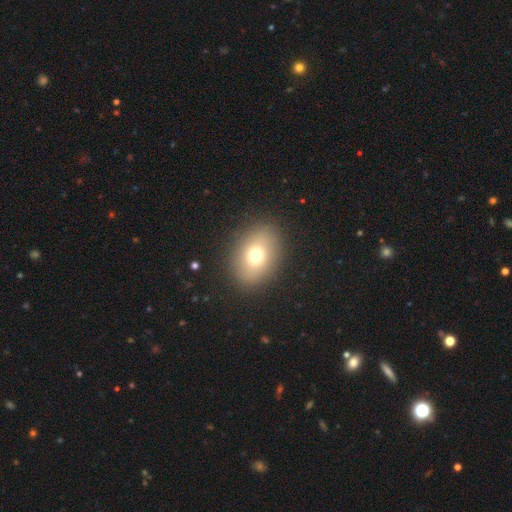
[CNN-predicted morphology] Smooth or featured: smooth — 73% (featured or disk — 15%)
How rounded: in between — 69% (round — 29%)
Merging: none — 87% (minor disturbance — 8%)